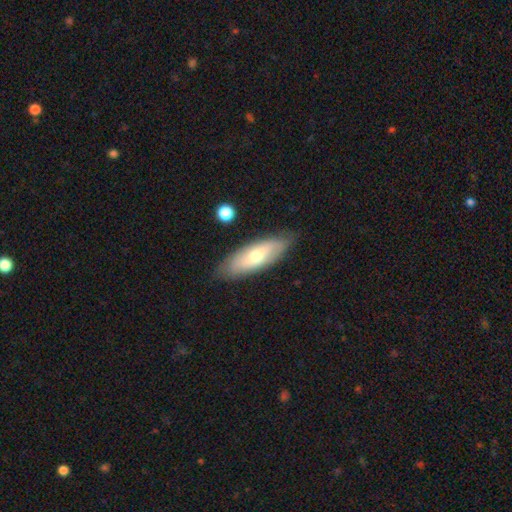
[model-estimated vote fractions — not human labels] Q: Smooth or featured?
A: smooth (54%); runner-up: featured or disk (40%)
Q: How rounded?
A: in between (61%); runner-up: cigar-shaped (37%)
Q: Merging?
A: none (84%); runner-up: minor disturbance (12%)